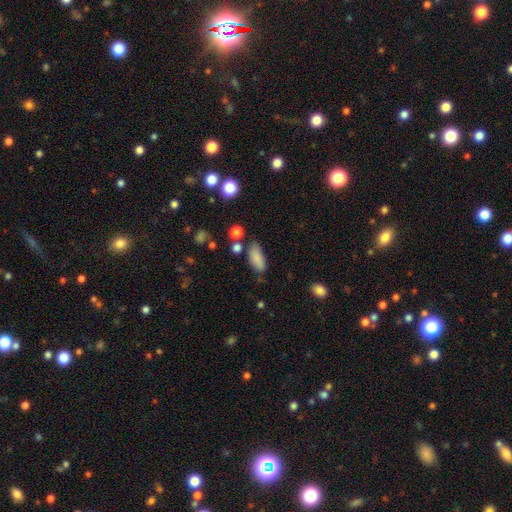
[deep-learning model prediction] smooth 84%, star or artifact 8%, featured or disk 7%. Down the decision tree: how rounded — in between (79%); merging — none (65%).